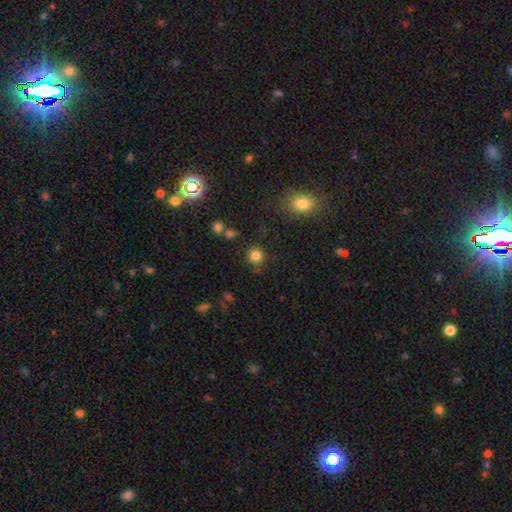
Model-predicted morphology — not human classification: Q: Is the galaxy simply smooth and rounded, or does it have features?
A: smooth — 83%.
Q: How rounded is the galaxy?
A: round — 91%.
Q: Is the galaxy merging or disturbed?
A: none — 84%.